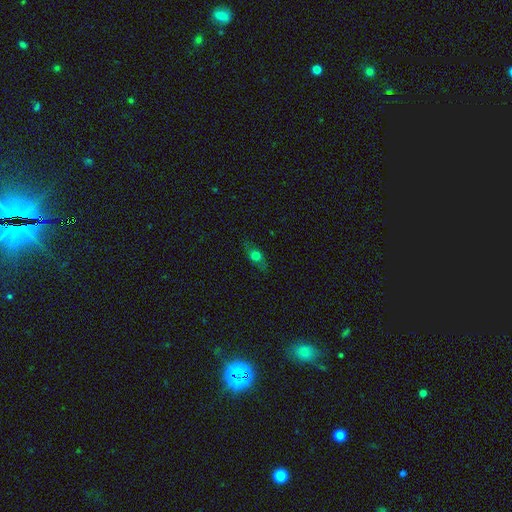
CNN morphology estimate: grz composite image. It shows a smooth galaxy with no disk features (53%) that is in between round and cigar-shaped (51%). Merging: none (78%).